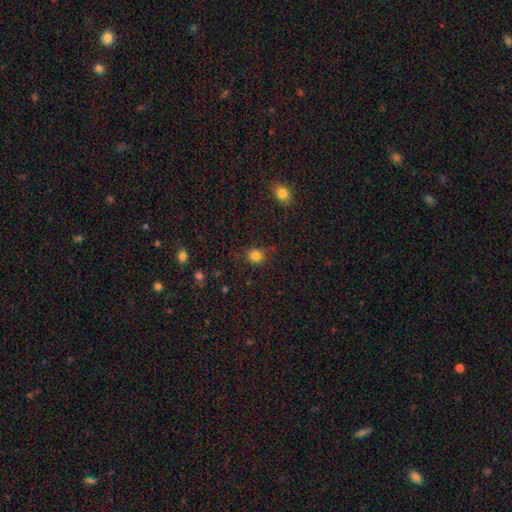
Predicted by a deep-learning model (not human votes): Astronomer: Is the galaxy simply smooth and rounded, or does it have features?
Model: smooth — 83%.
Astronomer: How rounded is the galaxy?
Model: round — 75%.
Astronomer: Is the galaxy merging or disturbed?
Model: none — 83%.